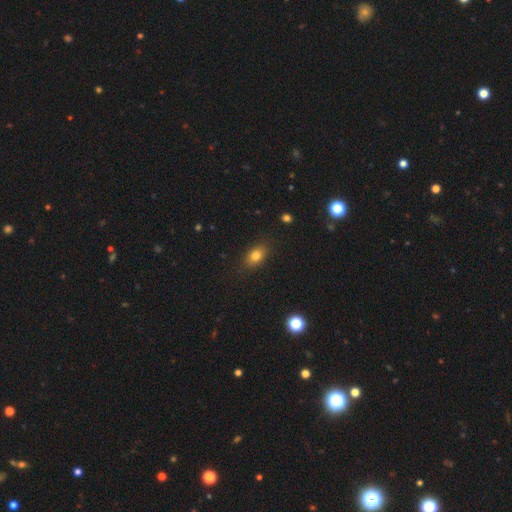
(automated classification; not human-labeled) Smooth or featured: smooth — 79% (star or artifact — 11%)
How rounded: in between — 77% (round — 18%)
Merging: none — 84% (minor disturbance — 11%)